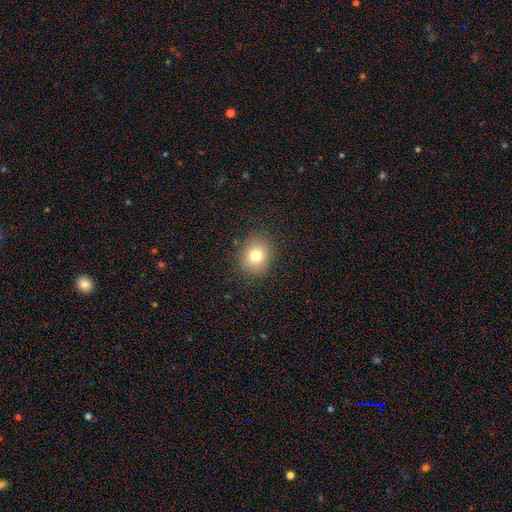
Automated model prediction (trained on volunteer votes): This is likely a smooth galaxy (78%). How rounded: likely round (65%). Merging: clearly none (87%).